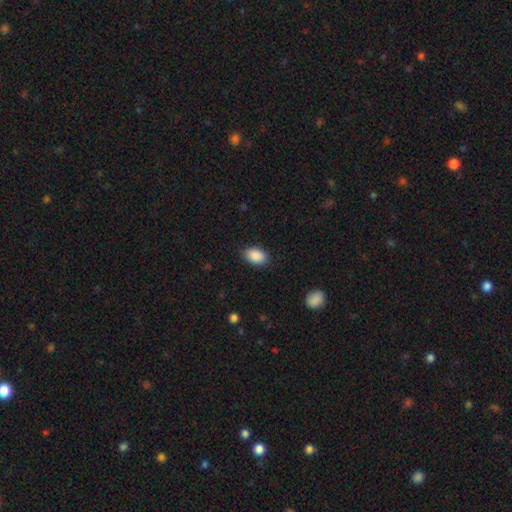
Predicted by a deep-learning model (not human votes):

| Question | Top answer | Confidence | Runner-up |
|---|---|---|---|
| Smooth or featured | smooth | 90% | star or artifact (7%) |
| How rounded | in between | 91% | round (8%) |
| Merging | none | 85% | minor disturbance (12%) |